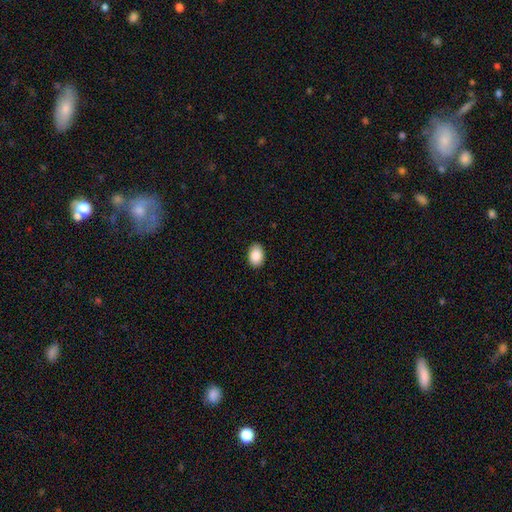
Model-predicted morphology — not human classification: This is clearly a smooth galaxy (89%). How rounded: clearly in between (82%). Merging: clearly none (89%).